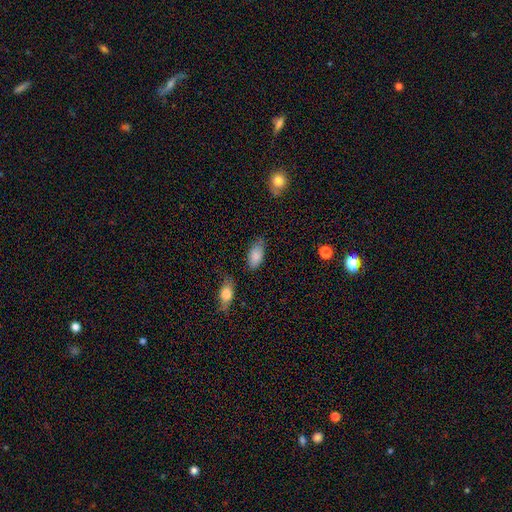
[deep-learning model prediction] This is clearly a smooth galaxy (86%). How rounded: clearly in between (93%). Merging: likely none (71%).